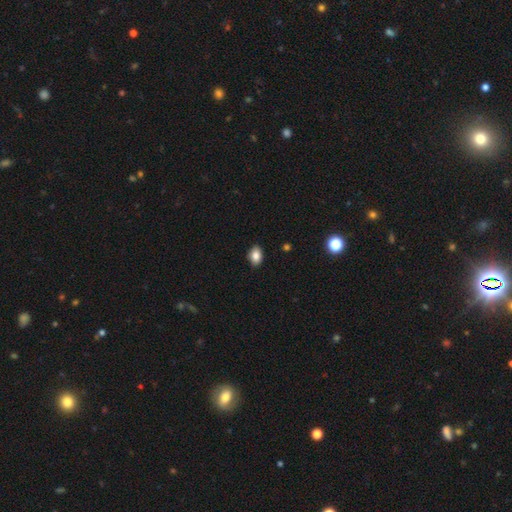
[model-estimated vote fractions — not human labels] smooth_or_featured: smooth (p=0.86) [alt: star or artifact p=0.08]
how_rounded: in between (p=0.85) [alt: round p=0.14]
merging: none (p=0.88) [alt: minor disturbance p=0.09]